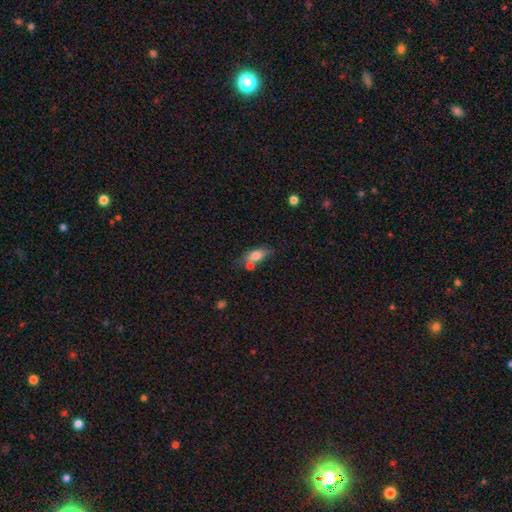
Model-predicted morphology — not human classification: Smooth or featured? smooth (77%)
How rounded? in between (81%)
Merging? none (47%)